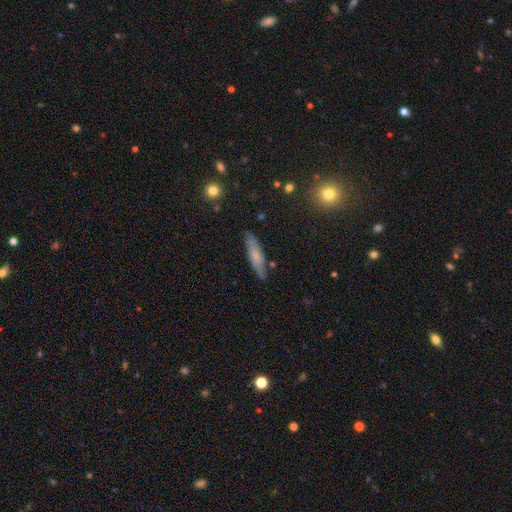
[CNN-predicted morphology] This is possibly a smooth galaxy (56%). How rounded: likely cigar-shaped (72%). Merging: likely none (78%).